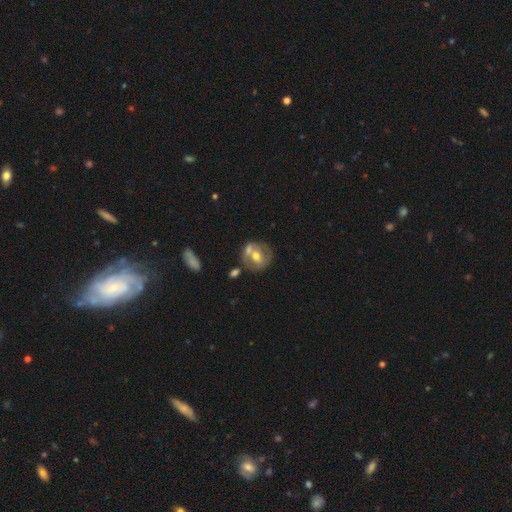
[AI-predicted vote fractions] This is possibly a featured or disk galaxy (50%). It is clearly not viewed edge-on (94%). Merging: possibly none (52%).